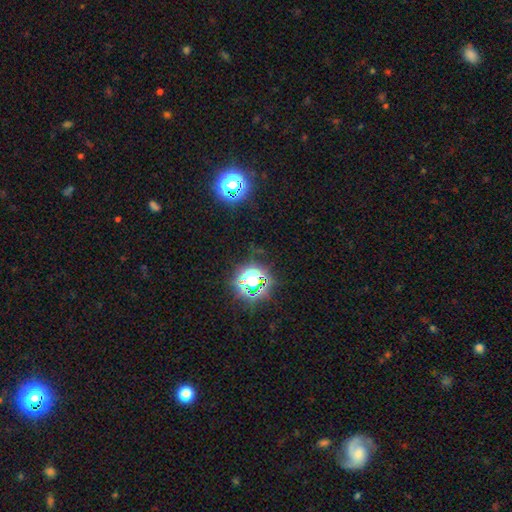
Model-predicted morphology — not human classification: This appears to be a star or artifact, not a galaxy (74%).